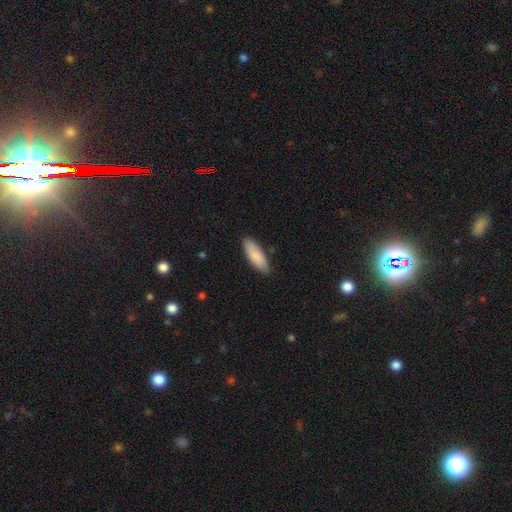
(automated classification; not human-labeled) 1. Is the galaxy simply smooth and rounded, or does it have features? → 86% smooth, 8% featured or disk, 5% star or artifact.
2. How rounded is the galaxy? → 60% in between, 38% cigar-shaped, 1% round.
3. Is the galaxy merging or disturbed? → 85% none, 12% minor disturbance, 2% major disturbance, 1% merger.